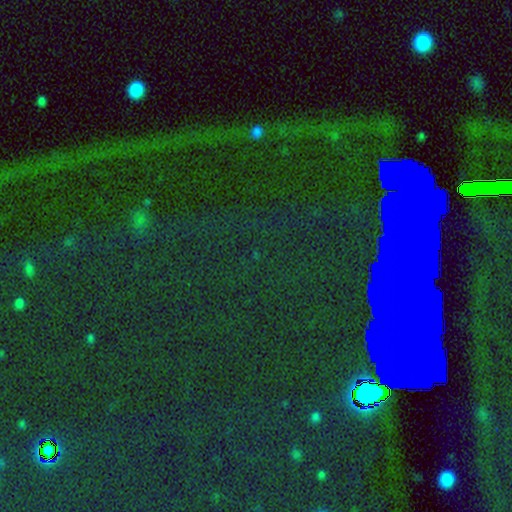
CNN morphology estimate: A star or artifact, not a galaxy (79%).

Vote fractions:
- Smooth or featured? star or artifact: 79% / featured or disk: 11% / smooth: 10%